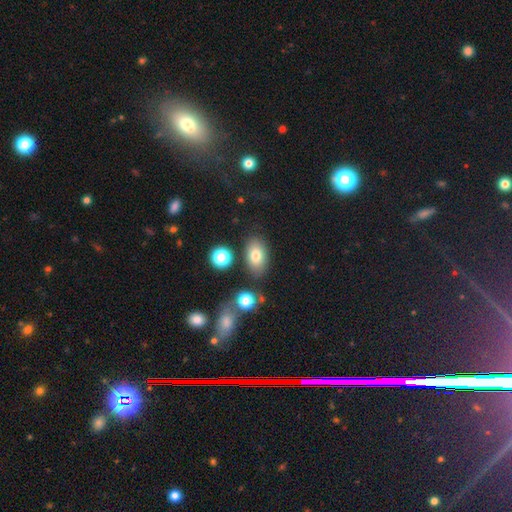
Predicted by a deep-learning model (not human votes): A smooth galaxy with no disk features (78%) that is in between round and cigar-shaped (87%). Merging: none (78%).